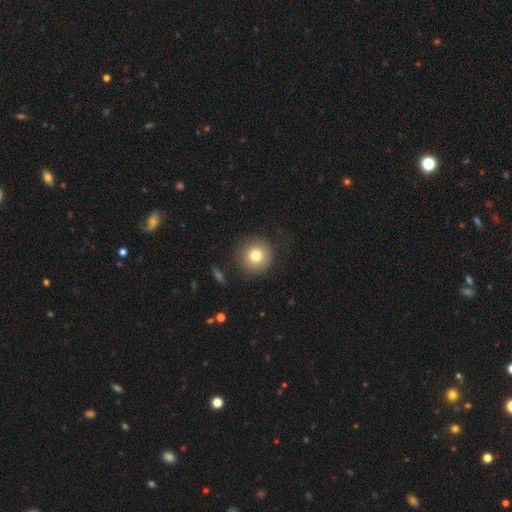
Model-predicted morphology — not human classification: This appears to be a smooth galaxy with no disk features (77%) that is round (94%). Merging: none (85%).